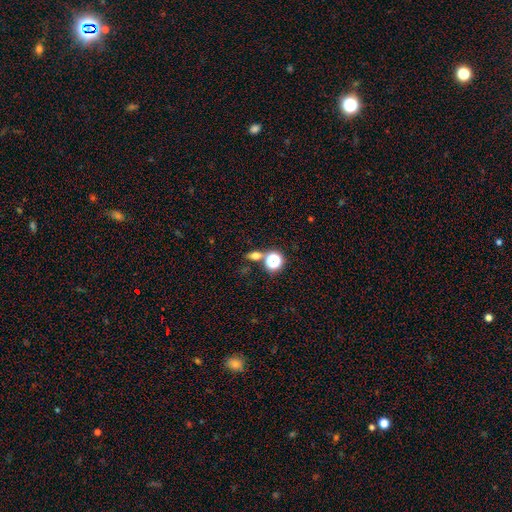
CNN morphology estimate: A smooth galaxy with no disk features (62%) that is in between round and cigar-shaped (54%). Merging: none (69%).